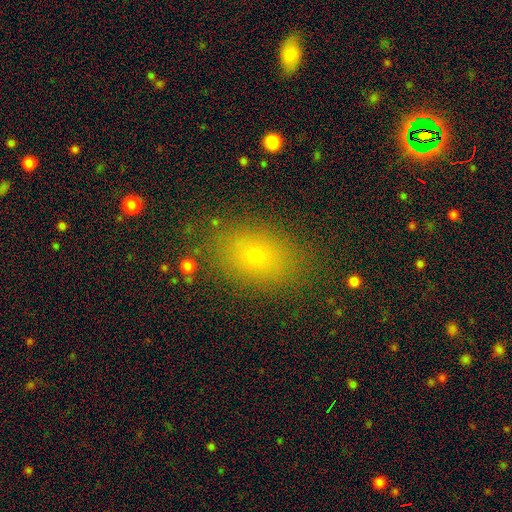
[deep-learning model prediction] The model was most divided on "smooth or featured": smooth: 64%, star or artifact: 21%, featured or disk: 14%. More confident: merging — none (84%); how rounded — in between (73%).